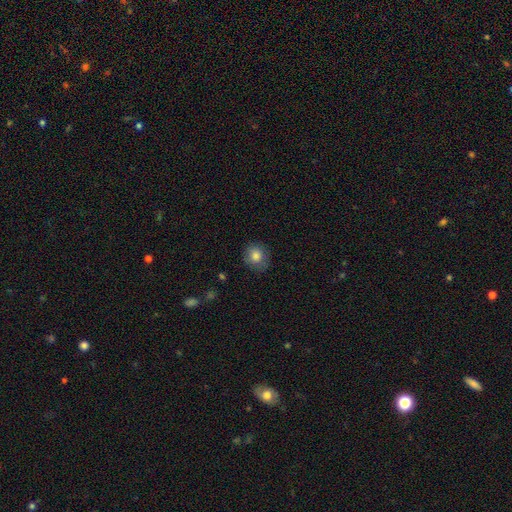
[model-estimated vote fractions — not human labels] Smooth or featured: smooth — 82% (star or artifact — 9%)
How rounded: round — 82% (in between — 17%)
Merging: none — 80% (minor disturbance — 15%)